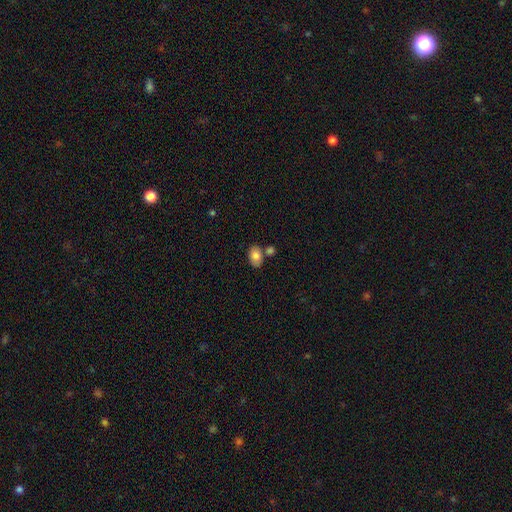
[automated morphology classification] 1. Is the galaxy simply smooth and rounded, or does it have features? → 83% smooth, 10% featured or disk, 8% star or artifact.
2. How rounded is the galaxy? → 85% in between, 14% round, 1% cigar-shaped.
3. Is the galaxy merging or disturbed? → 66% none, 18% merger, 13% minor disturbance, 3% major disturbance.